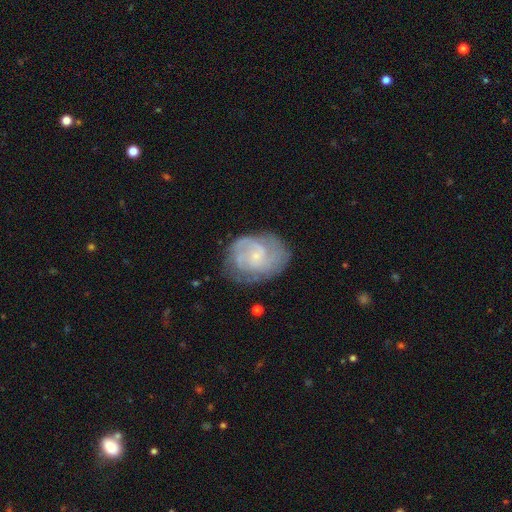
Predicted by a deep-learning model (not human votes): A featured or disk galaxy (77%) with no bar (61%), 2 (42%) tight (46%) spiral arms (92%) and a small central bulge (74%). Merging: none (68%).